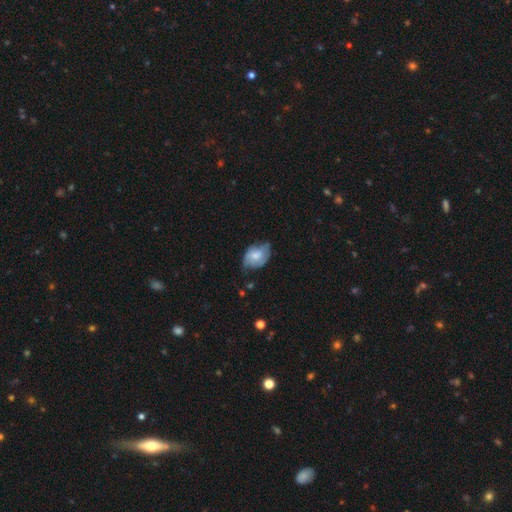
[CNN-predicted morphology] The model was most divided on "smooth or featured": smooth: 47%, featured or disk: 46%, star or artifact: 7%. More confident: merging — none (51%).